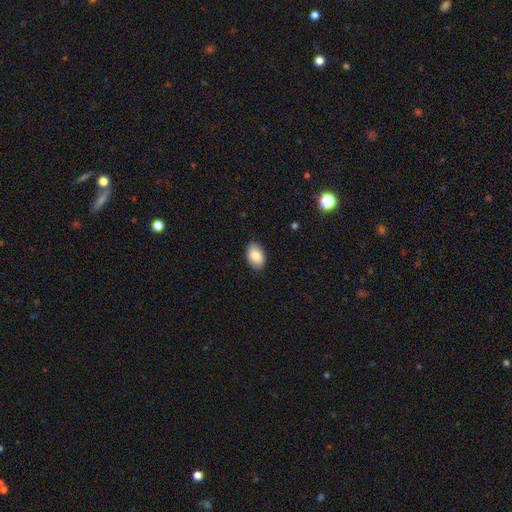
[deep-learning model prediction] smooth_or_featured: smooth (p=0.88) [alt: star or artifact p=0.06]
how_rounded: in between (p=0.91) [alt: round p=0.07]
merging: none (p=0.85) [alt: minor disturbance p=0.12]